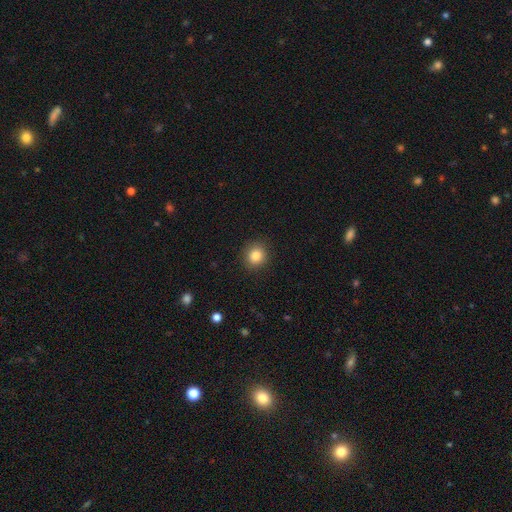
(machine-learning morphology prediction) The model was most divided on "how rounded": round: 84%, in between: 15%, cigar-shaped: 1%. More confident: merging — none (90%); smooth or featured — smooth (85%).